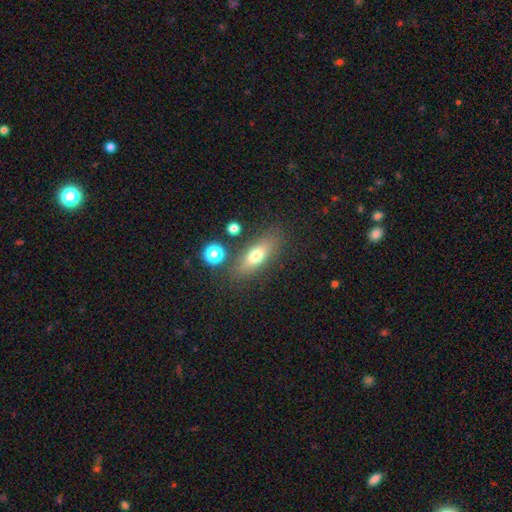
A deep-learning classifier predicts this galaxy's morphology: smooth_or_featured: smooth (p=0.68) [alt: featured or disk p=0.22]
how_rounded: in between (p=0.66) [alt: cigar-shaped p=0.28]
merging: none (p=0.78) [alt: minor disturbance p=0.13]